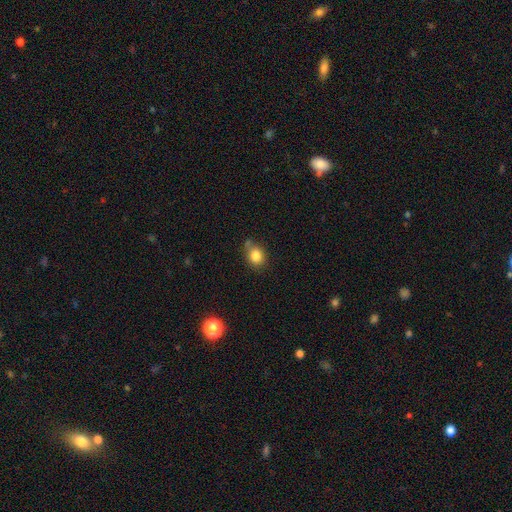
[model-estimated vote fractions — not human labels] Morphology: type=smooth (83%); roundness=round (64%); merging=none (63%).